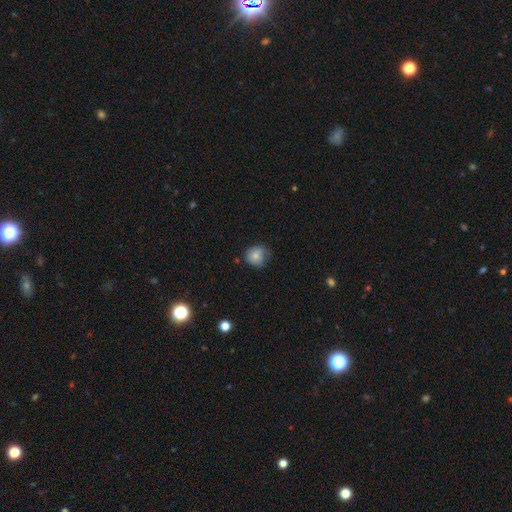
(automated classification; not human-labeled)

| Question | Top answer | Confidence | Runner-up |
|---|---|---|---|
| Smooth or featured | smooth | 80% | featured or disk (11%) |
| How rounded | round | 80% | in between (19%) |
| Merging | none | 60% | minor disturbance (32%) |